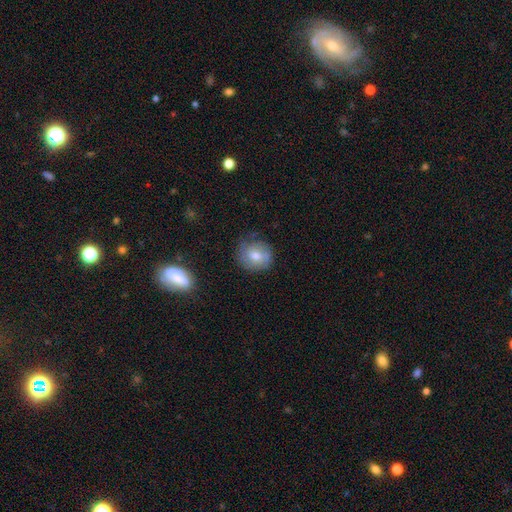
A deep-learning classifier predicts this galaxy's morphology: A smooth galaxy with no disk features (60%) that is round (78%).

Vote fractions:
- Smooth or featured? smooth: 60% / featured or disk: 31% / star or artifact: 9%
- How rounded? round: 78% / in between: 21% / cigar-shaped: 1%
- Merging? none: 66% / minor disturbance: 24% / major disturbance: 7% / merger: 3%